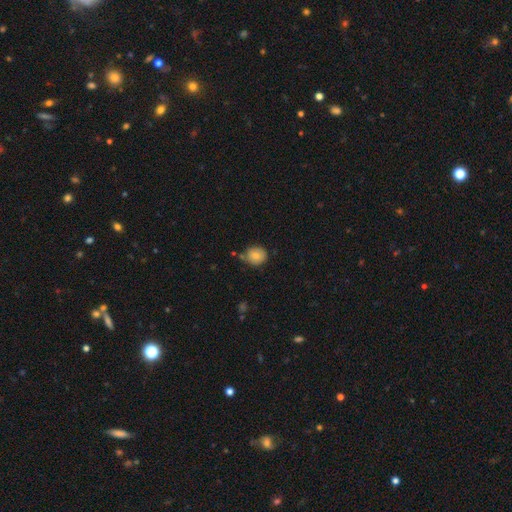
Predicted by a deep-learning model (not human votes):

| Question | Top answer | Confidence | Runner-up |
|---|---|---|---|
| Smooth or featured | smooth | 79% | featured or disk (12%) |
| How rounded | round | 81% | in between (18%) |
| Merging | none | 74% | minor disturbance (18%) |